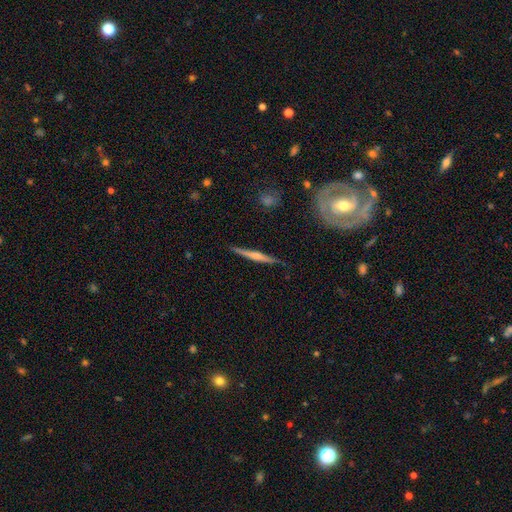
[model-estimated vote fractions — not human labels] Smooth or featured? Predicted: featured or disk (p=0.60). Edge-on disk? Predicted: yes (p=0.97). Edge-on bulge? Predicted: rounded (p=0.59). Merging? Predicted: none (p=0.87).